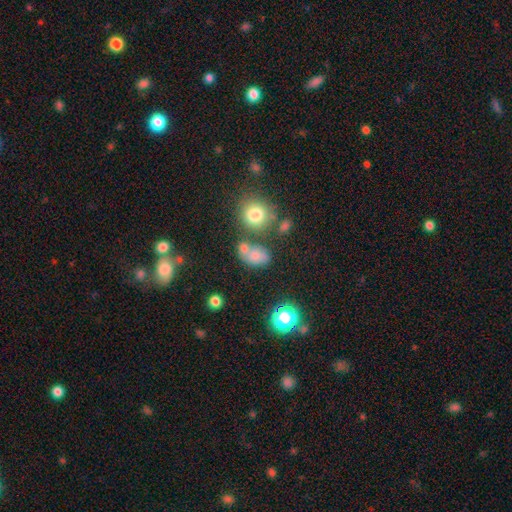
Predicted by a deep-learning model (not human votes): Smooth or featured?
  - smooth: 68% *
  - star or artifact: 18%
  - featured or disk: 13%
How rounded?
  - in between: 66% *
  - round: 32%
  - cigar-shaped: 2%
Merging?
  - none: 44% *
  - merger: 33%
  - minor disturbance: 15%
  - major disturbance: 8%